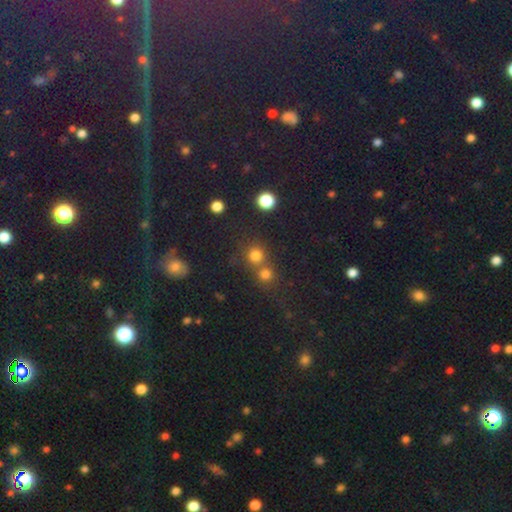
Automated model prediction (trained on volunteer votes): smooth 76%, star or artifact 18%, featured or disk 6%. Down the decision tree: how rounded — round (90%); merging — none (57%).